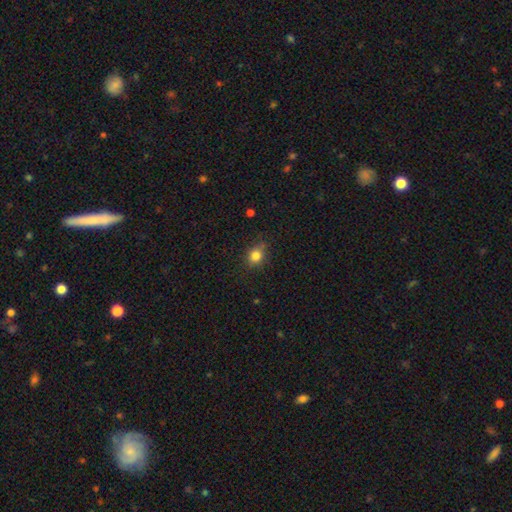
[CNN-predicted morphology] This appears to be a smooth galaxy with no disk features (82%) that is round (68%). Merging: none (74%).